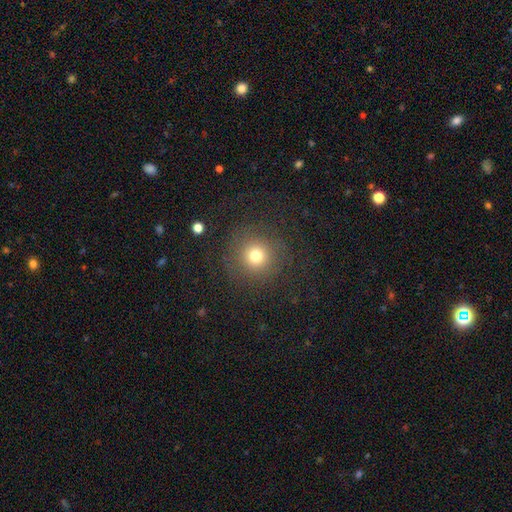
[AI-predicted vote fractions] This appears to be a smooth galaxy with no disk features (73%) that is round (94%). Merging: none (85%).